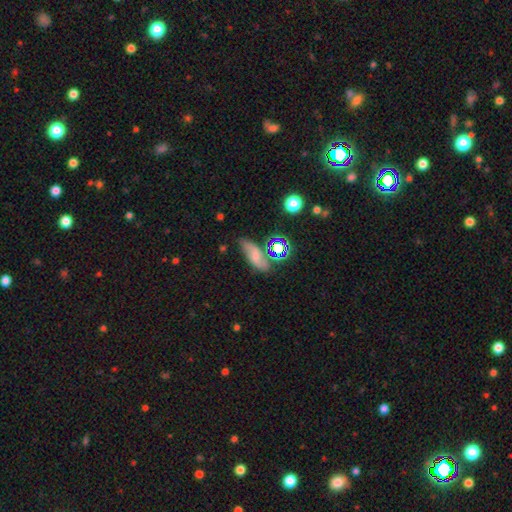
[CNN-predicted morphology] Smooth or featured? smooth (44%)
Merging? none (54%)